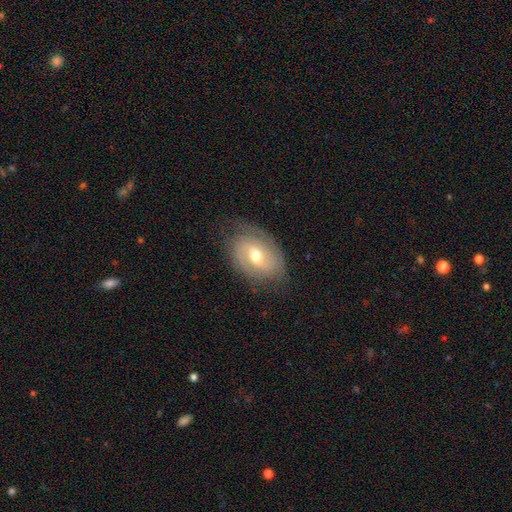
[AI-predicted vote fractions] This is likely a featured or disk galaxy (69%). It is clearly not viewed edge-on (94%). Bar: possibly weak (49%). Spiral arm pattern: clearly yes (82%). Spiral arm count: likely 2 (66%). Spiral winding: possibly tight (46%). Central bulge: likely moderate (71%). Merging: likely none (72%).